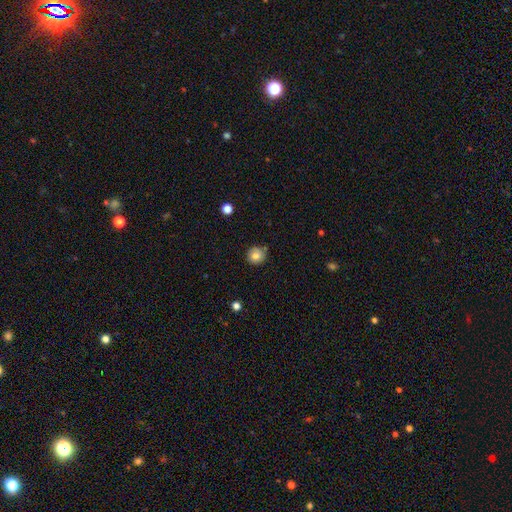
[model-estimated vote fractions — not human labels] Smooth or featured? smooth (77%)
How rounded? round (91%)
Merging? none (81%)